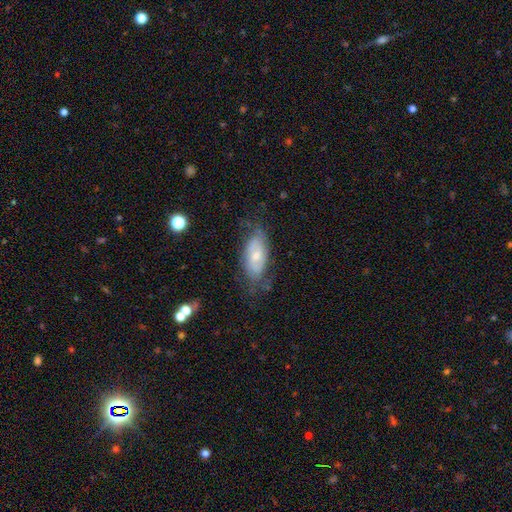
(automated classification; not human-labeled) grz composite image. It shows a featured or disk galaxy (51%). Merging: none (60%).